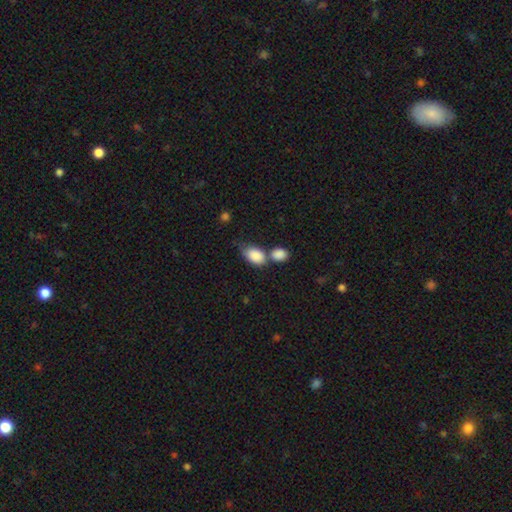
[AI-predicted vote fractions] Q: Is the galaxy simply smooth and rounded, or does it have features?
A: smooth — 86%.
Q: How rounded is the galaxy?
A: in between — 85%.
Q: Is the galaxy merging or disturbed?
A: merger — 49%.